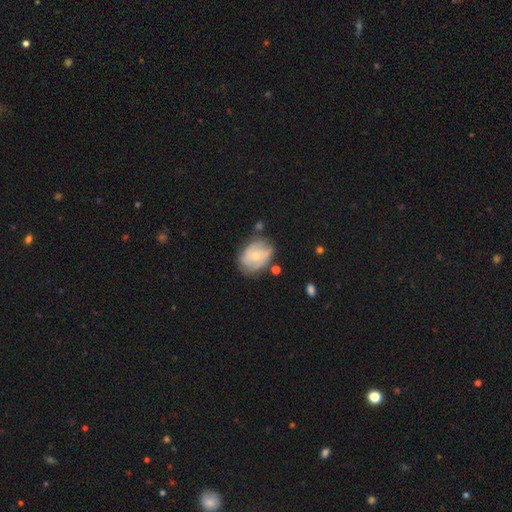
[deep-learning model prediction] Smooth or featured? featured or disk (56%)
Edge-on disk? no (97%)
Bar? no (77%)
Spiral arms? yes (70%)
Bulge size? small (58%)
Merging? none (61%)